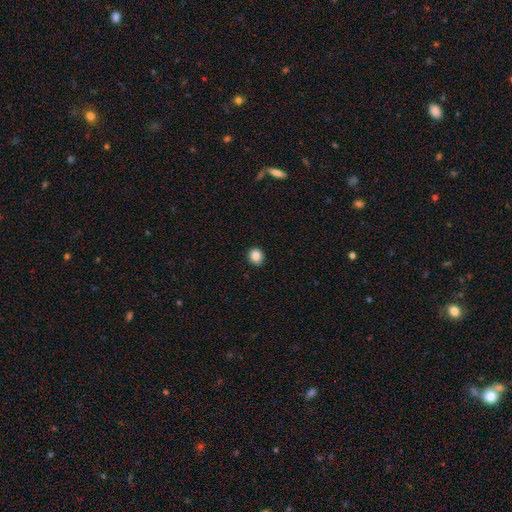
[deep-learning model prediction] smooth 86%, star or artifact 10%, featured or disk 4%. Down the decision tree: how rounded — round (83%); merging — none (90%).